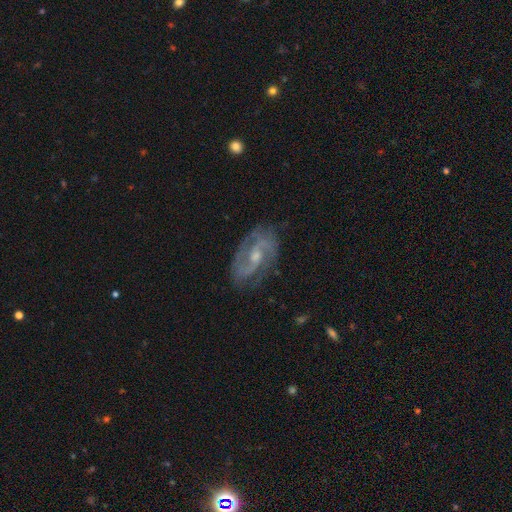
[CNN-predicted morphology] Smooth or featured?
  - featured or disk: 88% *
  - smooth: 6%
  - star or artifact: 6%
Edge-on disk?
  - no: 97% *
  - yes: 3%
Bar?
  - weak: 49% *
  - no: 37%
  - strong: 14%
Spiral arms?
  - yes: 96% *
  - no: 4%
Spiral winding?
  - medium: 53% *
  - tight: 26%
  - loose: 21%
Spiral arm count?
  - 2: 85% *
  - can't tell: 6%
  - 3: 4%
  - 1: 2%
  - 4: 1%
  - more than 4: 1%
Bulge size?
  - small: 48% *
  - moderate: 47%
  - none: 3%
  - large: 2%
  - dominant: 1%
Merging?
  - none: 77% *
  - minor disturbance: 16%
  - major disturbance: 6%
  - merger: 1%